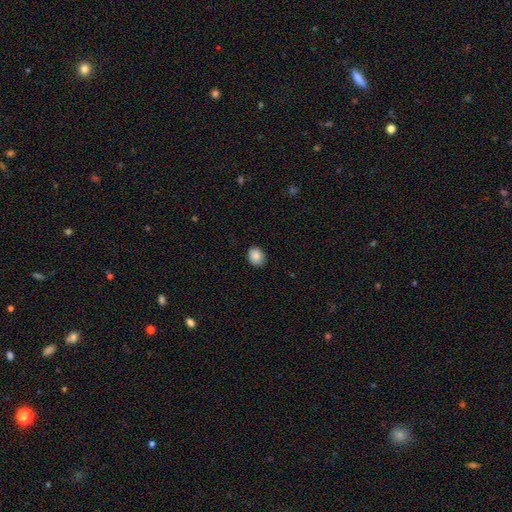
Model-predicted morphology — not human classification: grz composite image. It shows a smooth galaxy with no disk features (86%) that is in between round and cigar-shaped (50%, tied with round). Merging: none (87%).